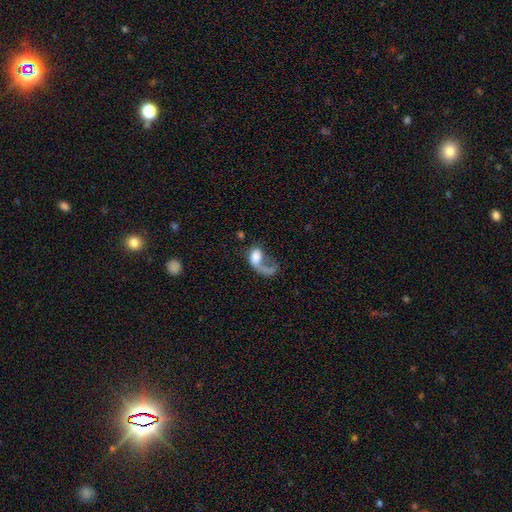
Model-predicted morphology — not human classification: smooth-or-featured: smooth: 47% | featured or disk: 44% | star or artifact: 9%
  merging: major disturbance: 58% | none: 19% | minor disturbance: 12% | merger: 11%